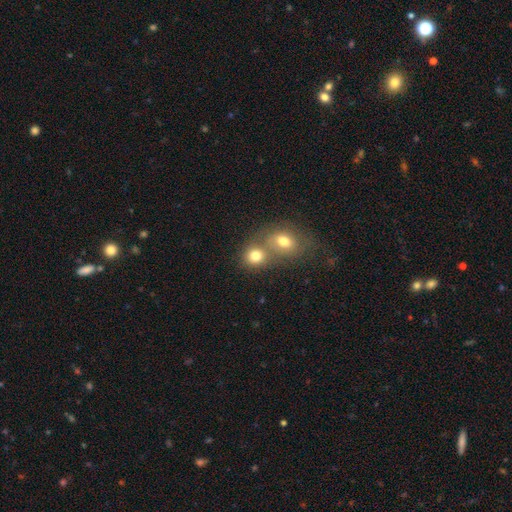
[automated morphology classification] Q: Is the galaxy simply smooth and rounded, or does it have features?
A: smooth — 78%.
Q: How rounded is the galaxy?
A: round — 75%.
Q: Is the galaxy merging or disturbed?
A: merger — 50%.